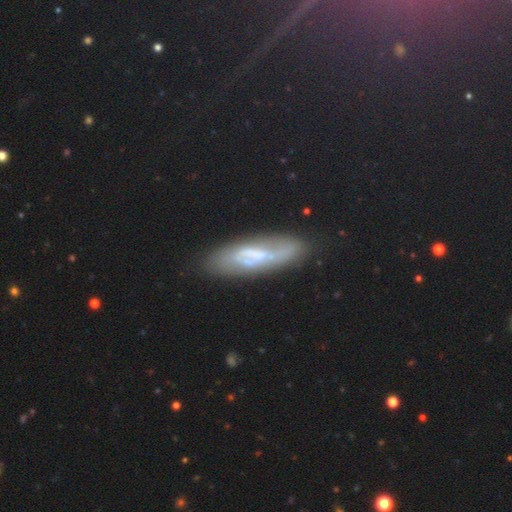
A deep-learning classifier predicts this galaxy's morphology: Smooth or featured? Predicted: featured or disk (p=0.62). Edge-on disk? Predicted: no (p=0.69). Merging? Predicted: none (p=0.75).